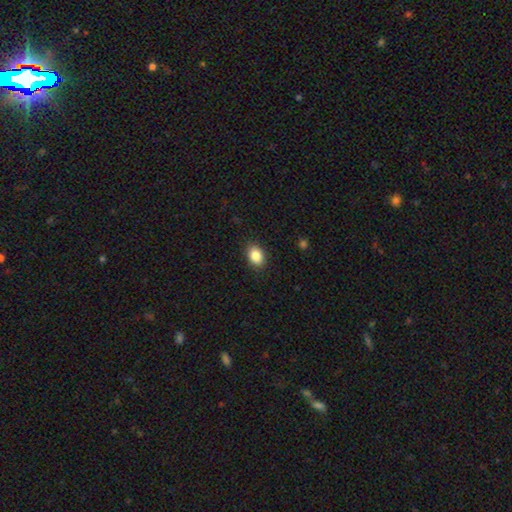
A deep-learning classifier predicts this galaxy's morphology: smooth 87%, star or artifact 8%, featured or disk 4%. Down the decision tree: how rounded — in between (76%); merging — none (88%).